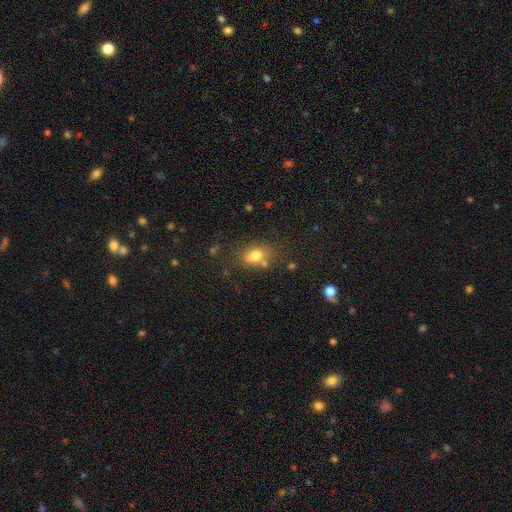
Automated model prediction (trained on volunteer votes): A smooth galaxy with no disk features (72%) that is in between round and cigar-shaped (63%).

Vote fractions:
- Smooth or featured? smooth: 72% / featured or disk: 15% / star or artifact: 13%
- How rounded? in between: 63% / round: 35% / cigar-shaped: 2%
- Merging? none: 54% / merger: 22% / minor disturbance: 17% / major disturbance: 7%